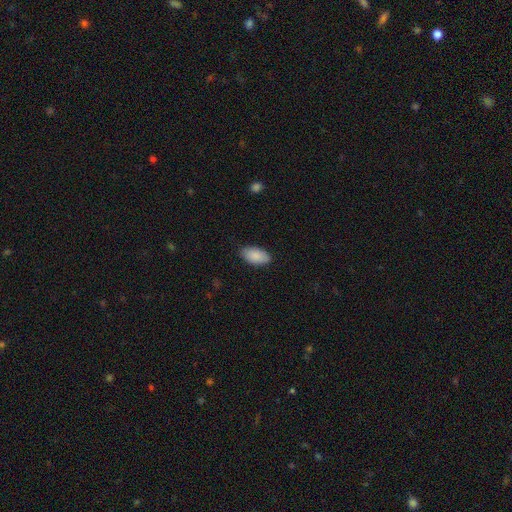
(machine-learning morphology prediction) Overall: smooth (88%). How rounded: in between (95%). Merging: none (86%).